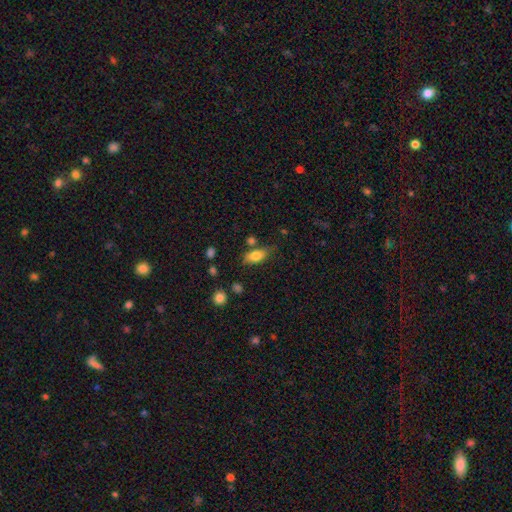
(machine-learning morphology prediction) The model was most divided on "merging": none: 65%, minor disturbance: 20%, merger: 9%, major disturbance: 6%. More confident: how rounded — in between (85%); smooth or featured — smooth (79%).